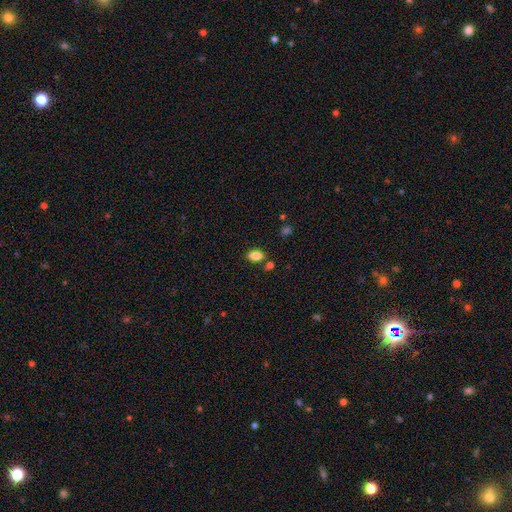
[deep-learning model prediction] A smooth galaxy with no disk features (86%) that is in between round and cigar-shaped (90%).

Vote fractions:
- Smooth or featured? smooth: 86% / star or artifact: 9% / featured or disk: 5%
- How rounded? in between: 90% / round: 8% / cigar-shaped: 3%
- Merging? none: 78% / minor disturbance: 11% / merger: 8% / major disturbance: 3%